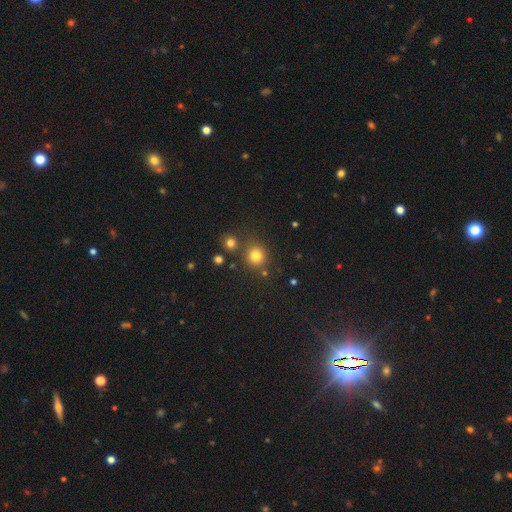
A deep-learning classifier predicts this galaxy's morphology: A smooth galaxy with no disk features (78%) that is round (89%).

Vote fractions:
- Smooth or featured? smooth: 78% / star or artifact: 16% / featured or disk: 6%
- How rounded? round: 89% / in between: 10% / cigar-shaped: 1%
- Merging? none: 75% / merger: 12% / minor disturbance: 9% / major disturbance: 4%